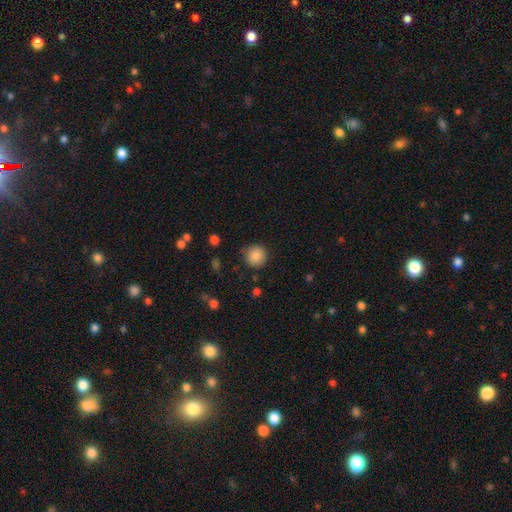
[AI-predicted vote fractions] Morphology: type=smooth (86%); roundness=round (93%); merging=none (86%).